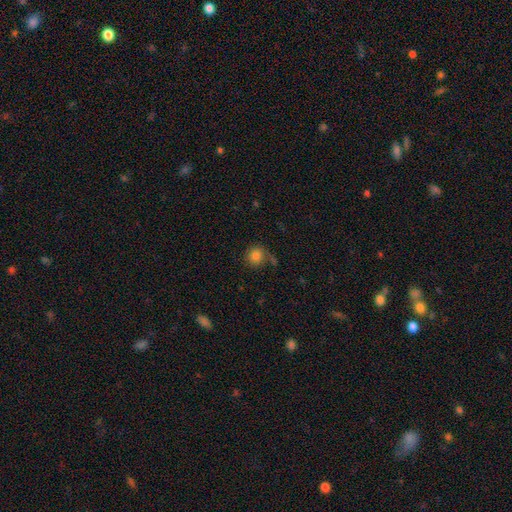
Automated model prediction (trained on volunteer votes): Q: Smooth or featured?
A: smooth (81%); runner-up: star or artifact (10%)
Q: How rounded?
A: round (88%); runner-up: in between (11%)
Q: Merging?
A: none (65%); runner-up: minor disturbance (16%)